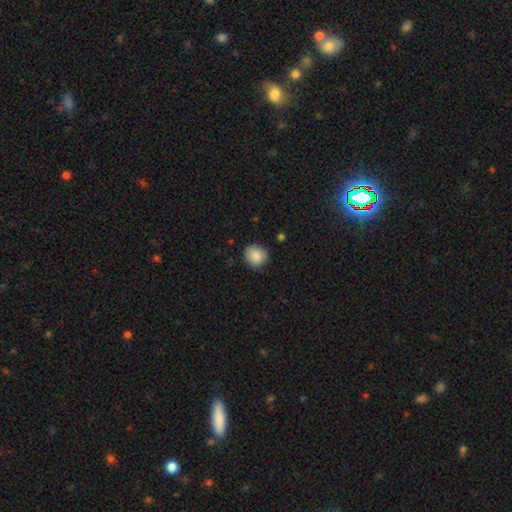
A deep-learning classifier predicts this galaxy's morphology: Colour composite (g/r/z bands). It shows a smooth galaxy with no disk features (88%) that is round (83%). Merging: none (88%).